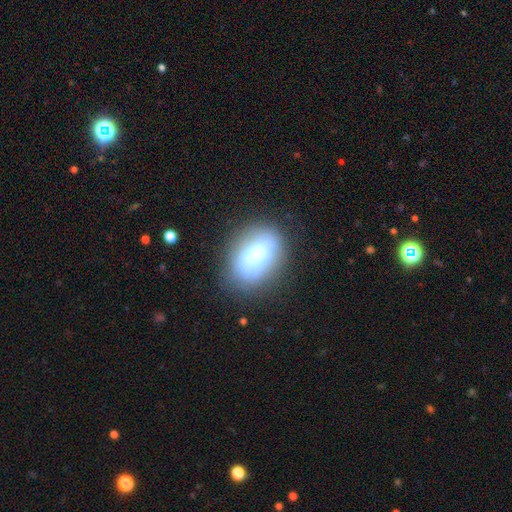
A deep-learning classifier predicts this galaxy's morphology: type=smooth (66%); roundness=in between (68%); merging=none (66%).